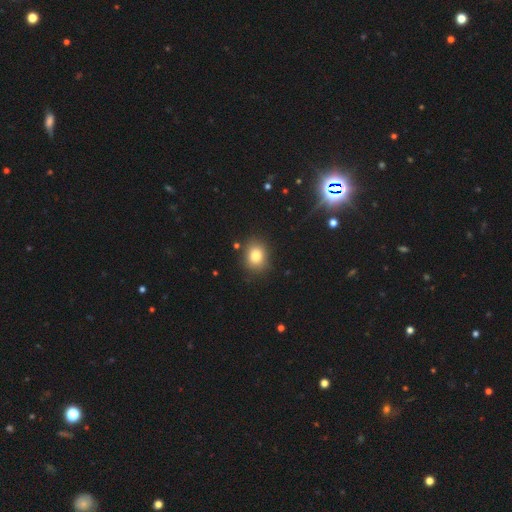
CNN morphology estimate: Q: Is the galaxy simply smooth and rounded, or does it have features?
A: smooth — 82%.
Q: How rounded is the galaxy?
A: round — 59%.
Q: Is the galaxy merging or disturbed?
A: none — 84%.